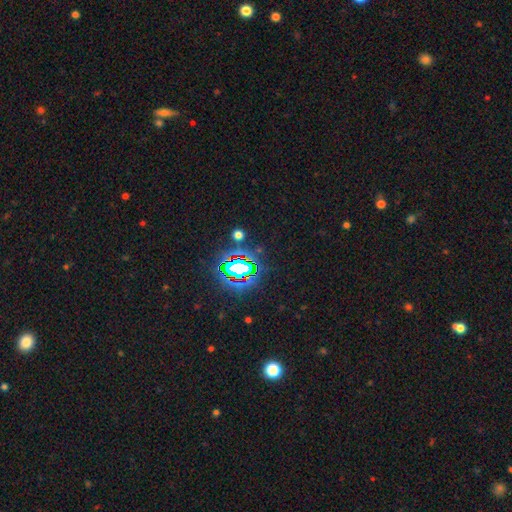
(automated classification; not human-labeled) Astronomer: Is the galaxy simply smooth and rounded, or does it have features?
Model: star or artifact — 83%.